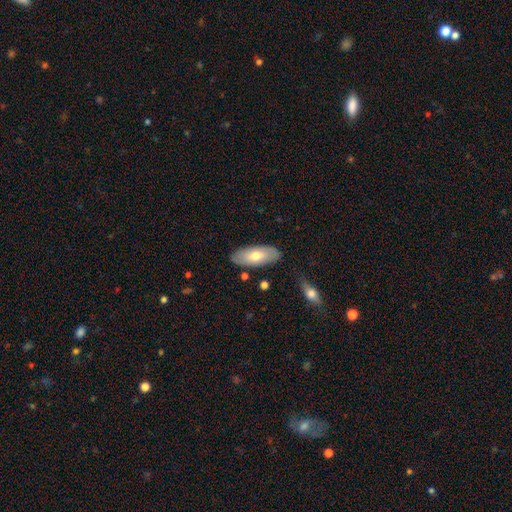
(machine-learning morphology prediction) This is likely a smooth galaxy (65%). How rounded: clearly in between (83%). Merging: clearly none (84%).